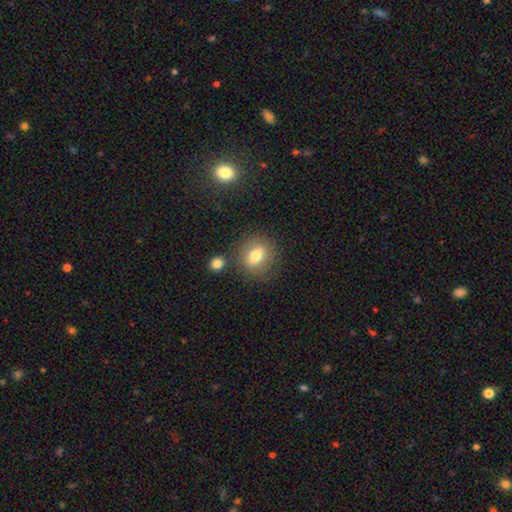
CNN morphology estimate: smooth_or_featured: smooth (p=0.75) [alt: featured or disk p=0.14]
how_rounded: round (p=0.54) [alt: in between p=0.44]
merging: none (p=0.77) [alt: minor disturbance p=0.11]